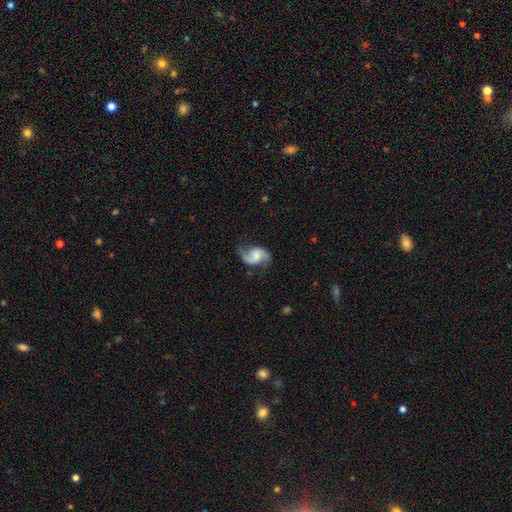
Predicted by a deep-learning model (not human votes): Smooth or featured: featured or disk — 78% (smooth — 15%)
Edge-on disk: no — 98% (yes — 2%)
Bar: no — 52% (weak — 39%)
Spiral arms: yes — 95% (no — 5%)
Spiral winding: loose — 52% (medium — 38%)
Spiral arm count: 2 — 89% (1 — 5%)
Bulge size: moderate — 37% (small — 31%)
Merging: none — 68% (minor disturbance — 20%)